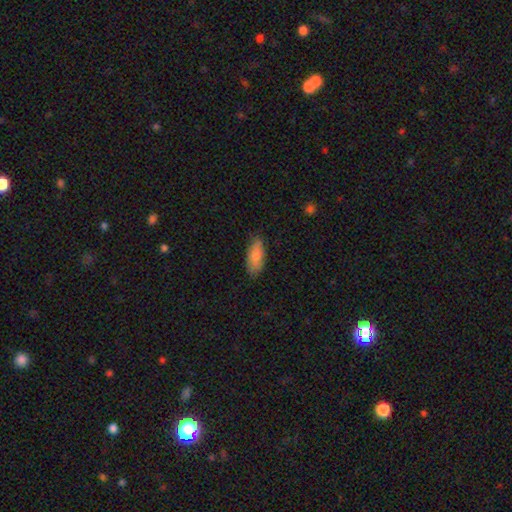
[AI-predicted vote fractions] This is clearly a smooth galaxy (86%). How rounded: clearly in between (81%). Merging: likely none (79%).